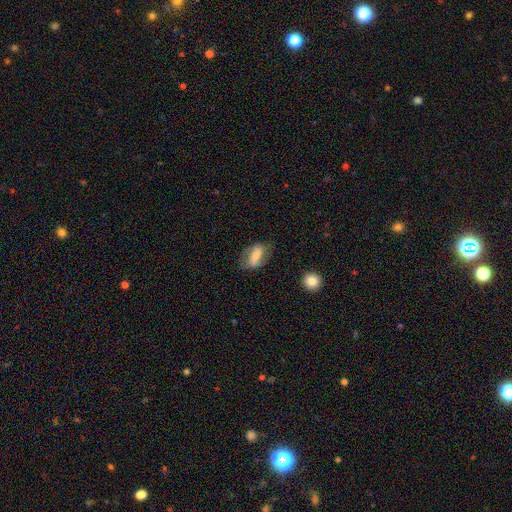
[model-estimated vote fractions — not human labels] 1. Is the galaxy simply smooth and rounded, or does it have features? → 56% featured or disk, 37% smooth, 7% star or artifact.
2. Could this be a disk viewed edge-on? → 93% no, 7% yes.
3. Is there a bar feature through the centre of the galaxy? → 48% strong, 32% weak, 20% no.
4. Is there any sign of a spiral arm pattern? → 79% yes, 21% no.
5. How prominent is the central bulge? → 45% moderate, 39% small, 8% large, 7% none, 2% dominant.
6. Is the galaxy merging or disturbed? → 72% none, 18% minor disturbance, 8% major disturbance, 2% merger.